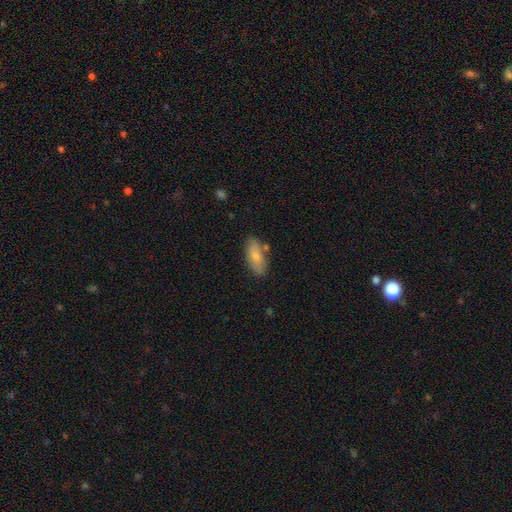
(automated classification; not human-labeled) Smooth or featured: smooth — 76% (featured or disk — 18%)
How rounded: in between — 84% (cigar-shaped — 13%)
Merging: none — 75% (minor disturbance — 16%)